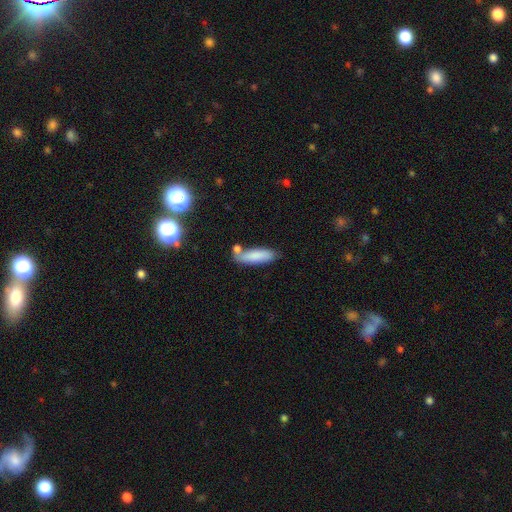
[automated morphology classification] Smooth or featured: smooth — 83% (featured or disk — 10%)
How rounded: cigar-shaped — 53% (in between — 46%)
Merging: none — 63% (minor disturbance — 17%)